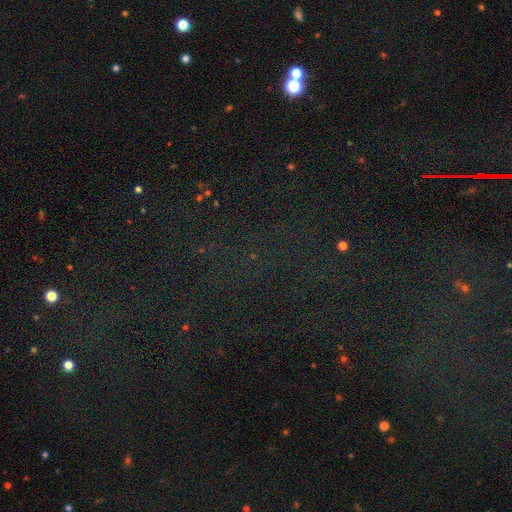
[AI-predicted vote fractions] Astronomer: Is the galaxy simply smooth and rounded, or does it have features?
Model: star or artifact — 76%.